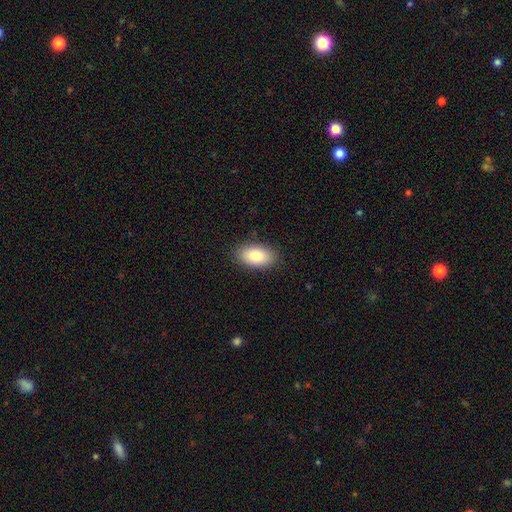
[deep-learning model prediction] smooth_or_featured: smooth (p=0.85) [alt: featured or disk p=0.08]
how_rounded: in between (p=0.94) [alt: round p=0.04]
merging: none (p=0.87) [alt: minor disturbance p=0.10]